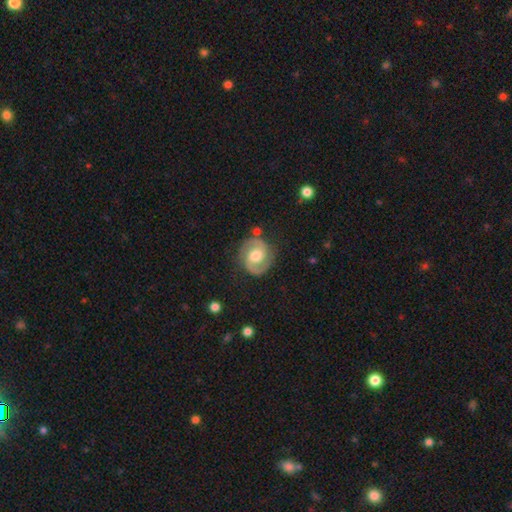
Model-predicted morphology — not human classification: featured or disk 86%, smooth 9%, star or artifact 5%. Down the decision tree: edge-on disk — no (98%); bar — no (47%); spiral arms — yes (97%); spiral arm count — 2 (93%); spiral winding — medium (55%); bulge size — moderate (70%); merging — none (84%).